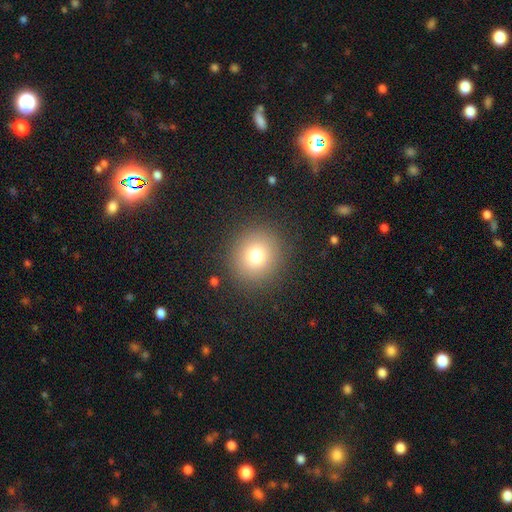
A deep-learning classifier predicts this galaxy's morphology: type=smooth (76%); roundness=round (90%); merging=none (89%).